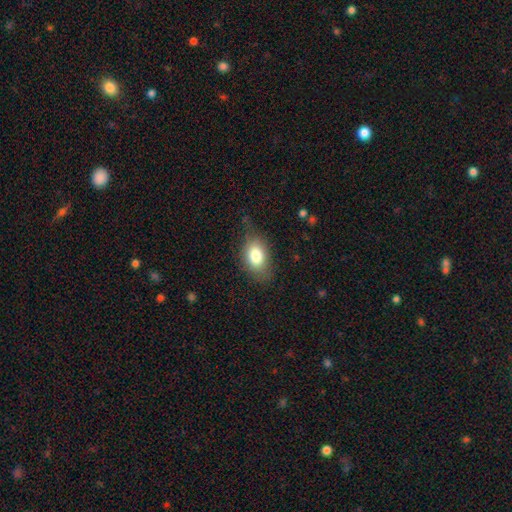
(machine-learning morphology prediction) Smooth or featured: smooth — 80% (featured or disk — 12%)
How rounded: in between — 83% (round — 15%)
Merging: none — 68% (minor disturbance — 23%)